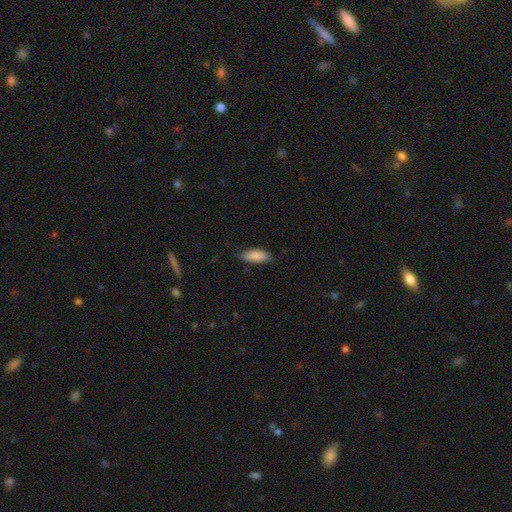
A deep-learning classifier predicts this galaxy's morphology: Overall: smooth (87%). How rounded: in between (84%). Merging: none (72%).